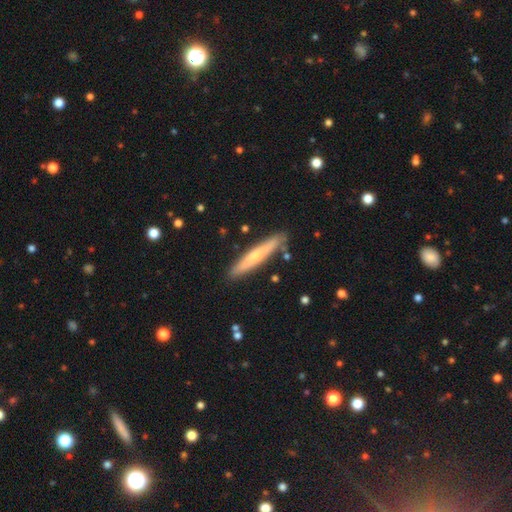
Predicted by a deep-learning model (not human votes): smooth 54%, featured or disk 40%, star or artifact 6%. Down the decision tree: how rounded — cigar-shaped (93%); merging — none (87%).